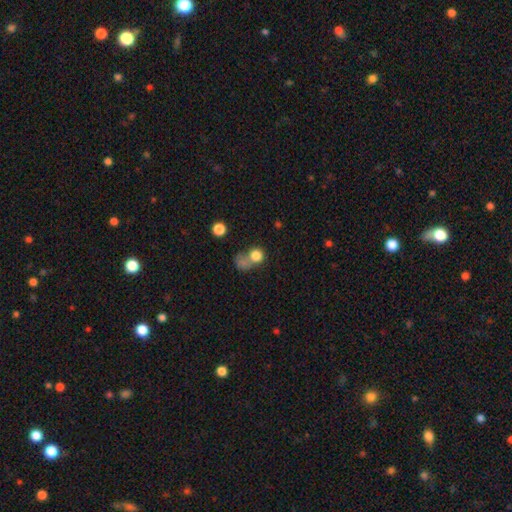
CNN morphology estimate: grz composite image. It shows a smooth galaxy with no disk features (77%) that is round (79%). Merging: merger (39%).